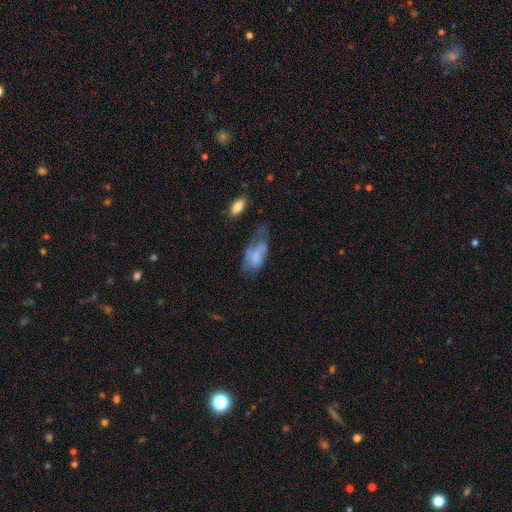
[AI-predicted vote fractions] A smooth galaxy with no disk features (60%) that is in between round and cigar-shaped (88%). Merging: major disturbance (35%).